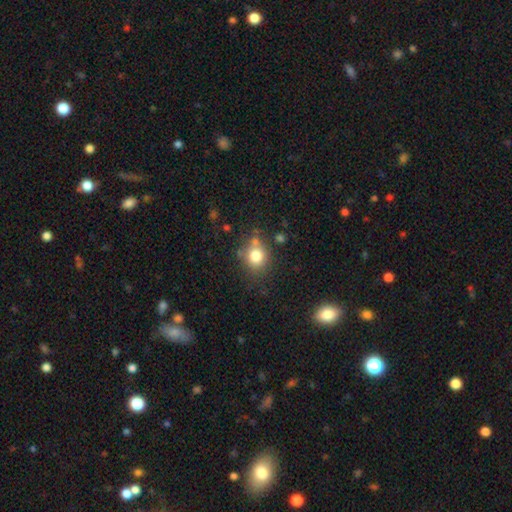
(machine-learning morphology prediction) Q: Smooth or featured?
A: smooth (79%); runner-up: star or artifact (12%)
Q: How rounded?
A: round (76%); runner-up: in between (23%)
Q: Merging?
A: none (67%); runner-up: minor disturbance (16%)